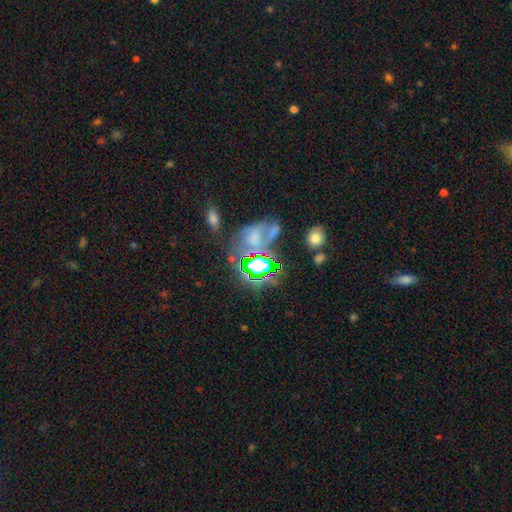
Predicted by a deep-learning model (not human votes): This appears to be a star or artifact, not a galaxy (65%).